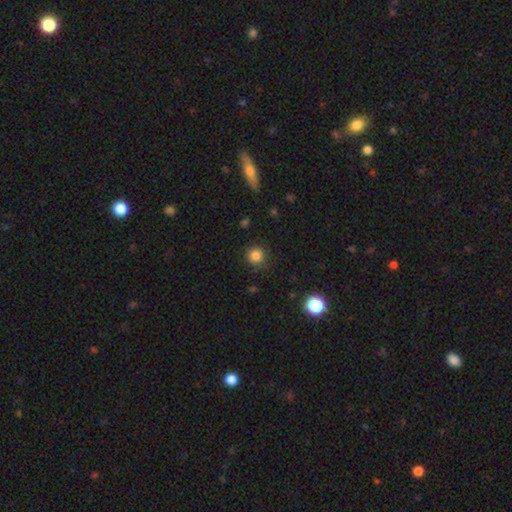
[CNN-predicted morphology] Smooth or featured?
  - smooth: 83% *
  - star or artifact: 12%
  - featured or disk: 5%
How rounded?
  - round: 93% *
  - in between: 6%
  - cigar-shaped: 1%
Merging?
  - none: 87% *
  - minor disturbance: 9%
  - major disturbance: 3%
  - merger: 1%